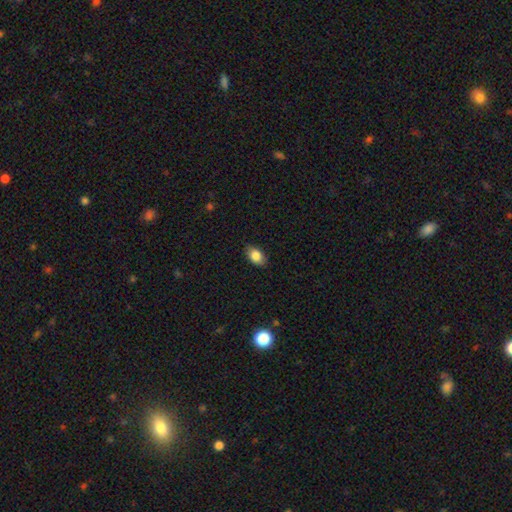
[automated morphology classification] Smooth or featured? Predicted: smooth (p=0.84). How rounded? Predicted: in between (p=0.88). Merging? Predicted: none (p=0.86).